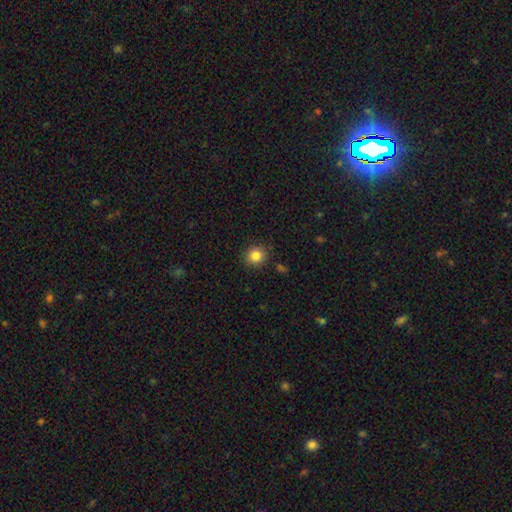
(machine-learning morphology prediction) smooth_or_featured: smooth (p=0.84) [alt: star or artifact p=0.10]
how_rounded: round (p=0.91) [alt: in between p=0.08]
merging: none (p=0.89) [alt: minor disturbance p=0.07]